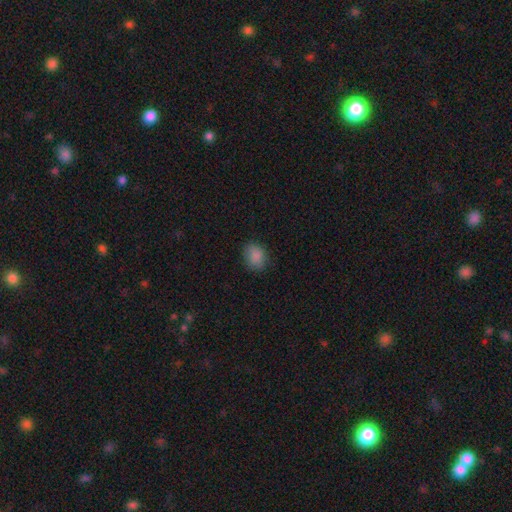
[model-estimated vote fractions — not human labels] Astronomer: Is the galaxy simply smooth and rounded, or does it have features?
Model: smooth — 87%.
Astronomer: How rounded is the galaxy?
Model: in between — 54% (runner-up: round, 45%).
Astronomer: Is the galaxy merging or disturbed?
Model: none — 83%.